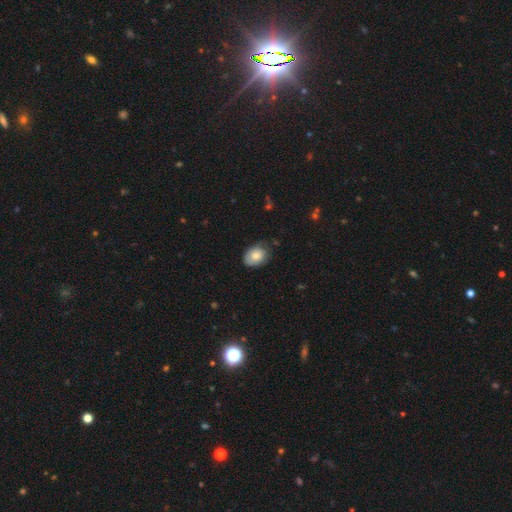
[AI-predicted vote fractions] A smooth galaxy with no disk features (77%) that is in between round and cigar-shaped (68%). Merging: none (67%).